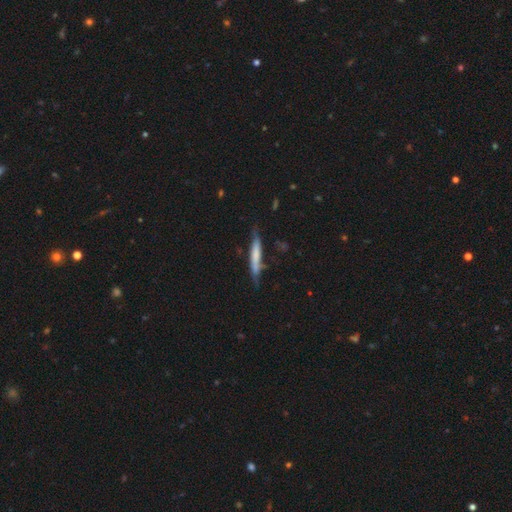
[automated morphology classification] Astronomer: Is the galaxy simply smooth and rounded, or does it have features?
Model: smooth — 57% (runner-up: featured or disk, 37%).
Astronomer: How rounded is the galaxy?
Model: cigar-shaped — 92%.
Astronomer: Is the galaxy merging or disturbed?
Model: none — 63%.